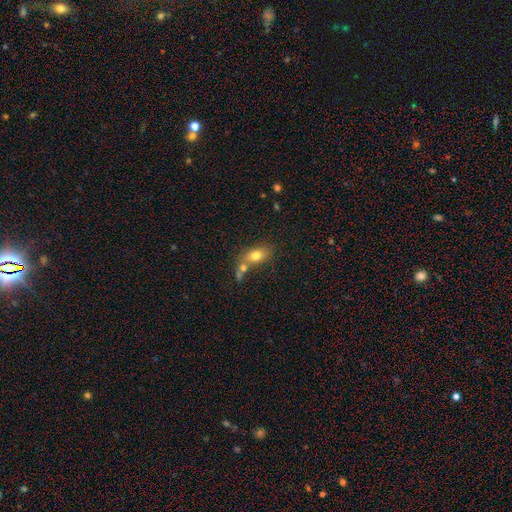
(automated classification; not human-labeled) Smooth or featured: smooth — 76% (featured or disk — 15%)
How rounded: in between — 81% (round — 14%)
Merging: none — 44% (merger — 37%)